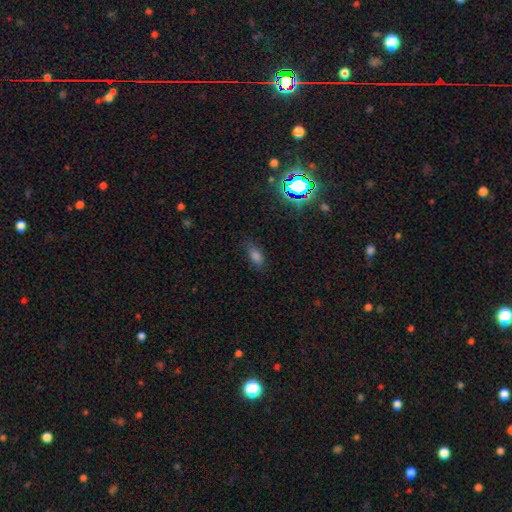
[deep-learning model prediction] Q: Smooth or featured?
A: smooth (68%); runner-up: star or artifact (24%)
Q: How rounded?
A: in between (84%); runner-up: round (8%)
Q: Merging?
A: none (70%); runner-up: minor disturbance (21%)